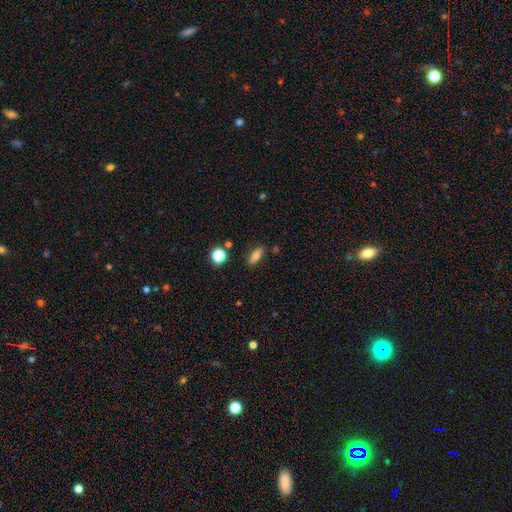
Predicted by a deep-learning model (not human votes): The model was most divided on "how rounded": in between: 66%, cigar-shaped: 27%, round: 7%. More confident: merging — none (83%); smooth or featured — smooth (72%).